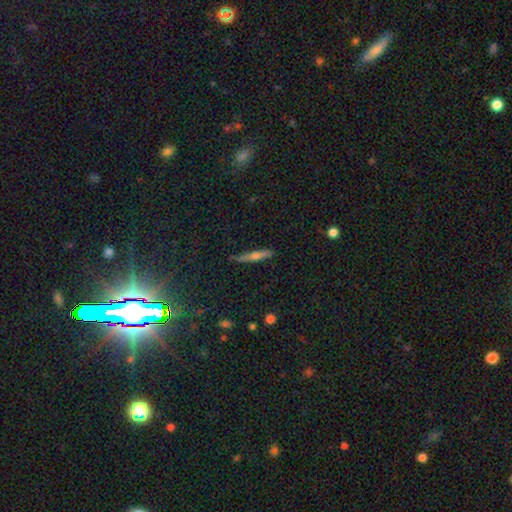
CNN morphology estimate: Smooth or featured? Predicted: featured or disk (p=0.57). Edge-on disk? Predicted: yes (p=0.95). Edge-on bulge? Predicted: rounded (p=0.83). Merging? Predicted: none (p=0.87).